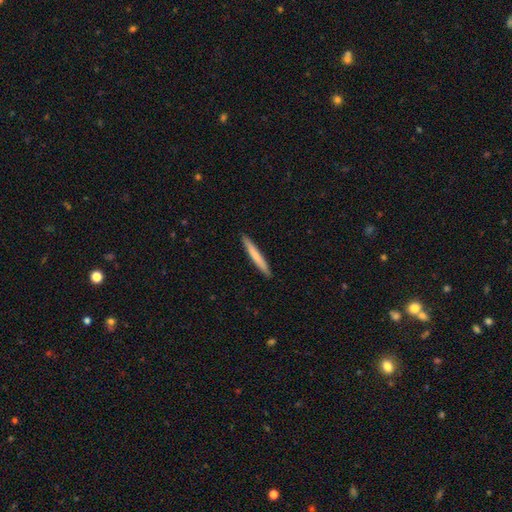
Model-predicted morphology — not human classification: smooth 72%, featured or disk 23%, star or artifact 5%. Down the decision tree: how rounded — cigar-shaped (96%); merging — none (92%).